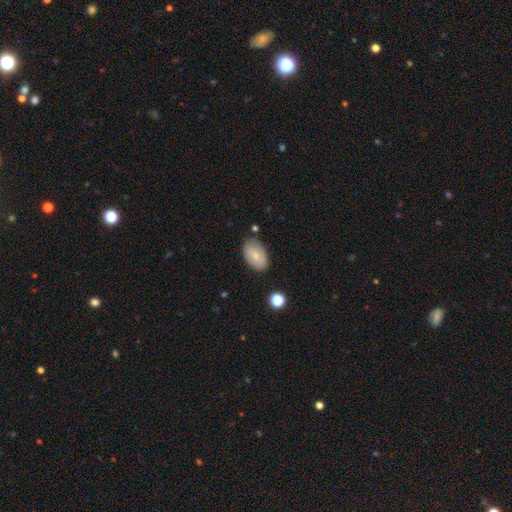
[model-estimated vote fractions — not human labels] This is likely a smooth galaxy (72%). How rounded: clearly in between (92%). Merging: likely none (78%).